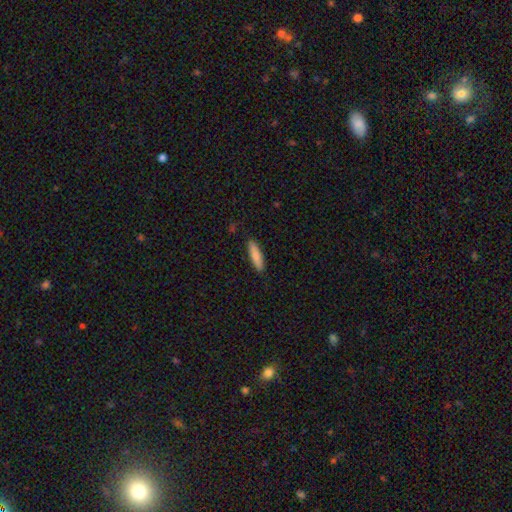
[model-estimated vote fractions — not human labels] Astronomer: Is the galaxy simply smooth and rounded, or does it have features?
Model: smooth — 84%.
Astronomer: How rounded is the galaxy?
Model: cigar-shaped — 75%.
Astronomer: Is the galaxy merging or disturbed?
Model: none — 89%.